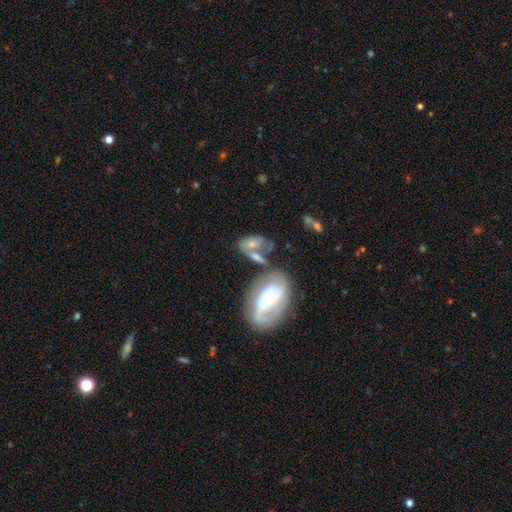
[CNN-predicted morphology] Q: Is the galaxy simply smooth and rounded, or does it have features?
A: featured or disk — 57%.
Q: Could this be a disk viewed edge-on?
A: no — 93%.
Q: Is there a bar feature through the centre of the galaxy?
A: no — 58%.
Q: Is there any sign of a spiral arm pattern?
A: yes — 66%.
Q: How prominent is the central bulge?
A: small — 51%.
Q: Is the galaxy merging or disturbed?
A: none — 37%.